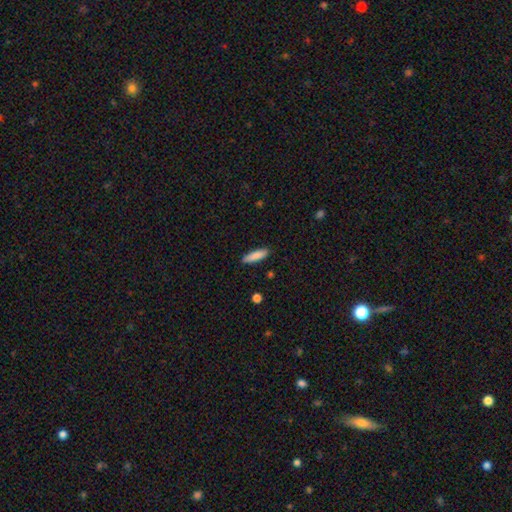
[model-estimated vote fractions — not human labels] Overall: smooth (86%). How rounded: cigar-shaped (68%; in between 30%). Merging: none (88%).